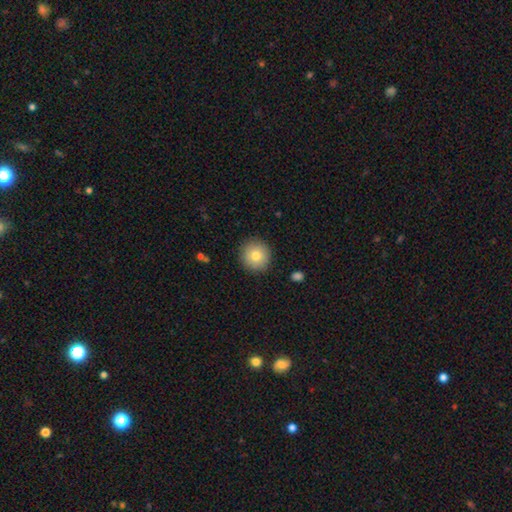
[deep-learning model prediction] A smooth galaxy with no disk features (80%) that is round (95%).

Vote fractions:
- Smooth or featured? smooth: 80% / featured or disk: 11% / star or artifact: 9%
- How rounded? round: 95% / in between: 5% / cigar-shaped: 1%
- Merging? none: 90% / minor disturbance: 6% / major disturbance: 2% / merger: 1%